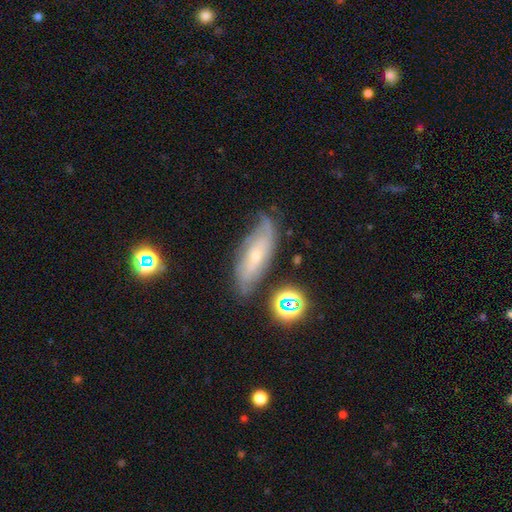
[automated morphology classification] Overall: featured or disk (64%; smooth 25%). Edge-on disk: no (83%). Bar: no (63%; weak 30%). Spiral arms: yes (85%). Bulge size: small (68%). Merging: none (61%; minor disturbance 26%).